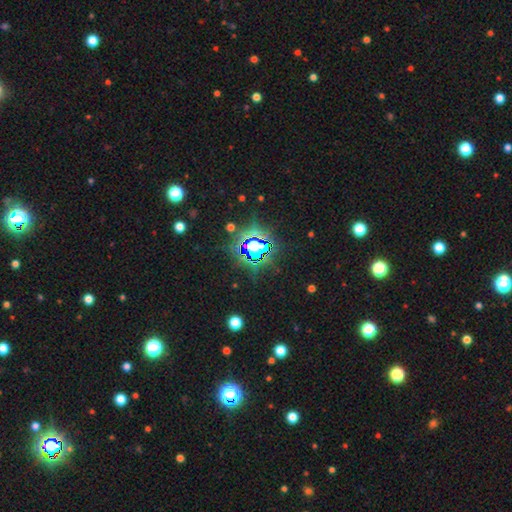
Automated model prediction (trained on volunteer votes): Q: Smooth or featured?
A: star or artifact (79%); runner-up: smooth (14%)